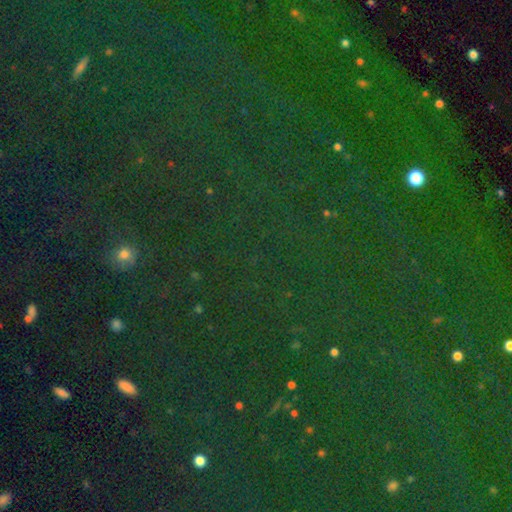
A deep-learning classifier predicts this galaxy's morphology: smooth-or-featured: star or artifact: 76% | smooth: 16% | featured or disk: 8%